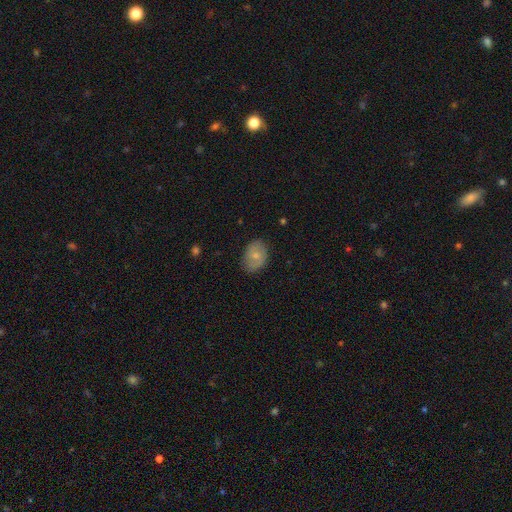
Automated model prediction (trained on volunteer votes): A smooth galaxy with no disk features (64%) that is in between round and cigar-shaped (75%). Merging: none (78%).